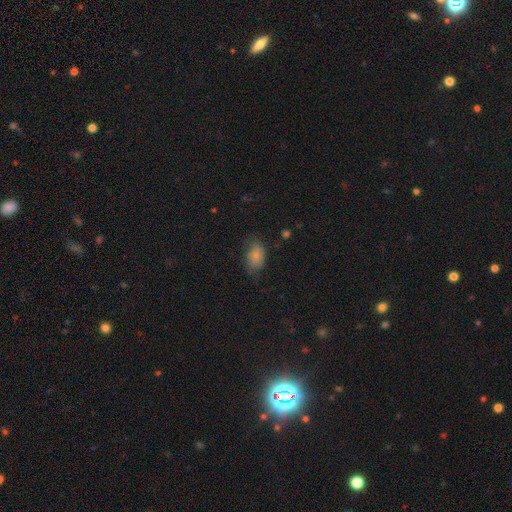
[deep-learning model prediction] Smooth or featured?
  - smooth: 78% *
  - featured or disk: 14%
  - star or artifact: 8%
How rounded?
  - in between: 87% *
  - round: 11%
  - cigar-shaped: 1%
Merging?
  - none: 60% *
  - minor disturbance: 28%
  - major disturbance: 10%
  - merger: 1%